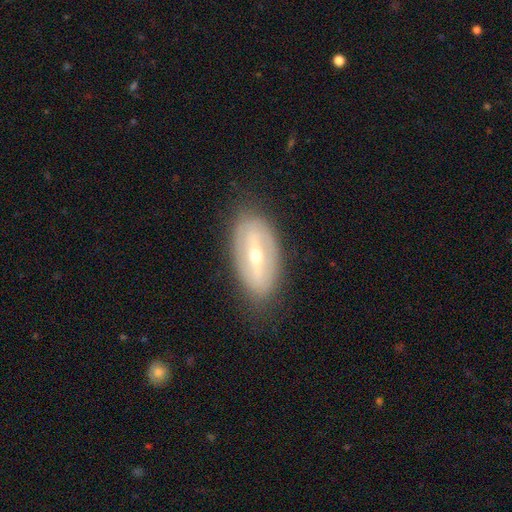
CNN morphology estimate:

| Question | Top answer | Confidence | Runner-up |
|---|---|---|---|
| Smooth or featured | featured or disk | 71% | smooth (23%) |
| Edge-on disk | no | 87% | yes (13%) |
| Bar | strong | 51% | weak (32%) |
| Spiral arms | no | 52% | yes (48%) |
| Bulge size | moderate | 53% | small (44%) |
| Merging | none | 80% | minor disturbance (14%) |